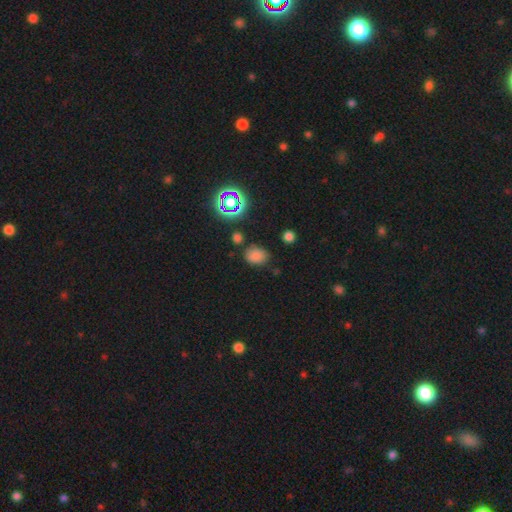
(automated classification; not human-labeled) This appears to be a smooth galaxy with no disk features (74%) that is in between round and cigar-shaped (63%). Merging: none (75%).